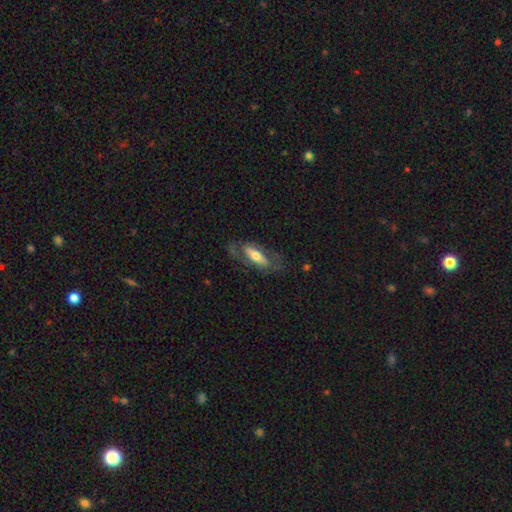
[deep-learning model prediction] Smooth or featured? featured or disk (59%)
Edge-on disk? no (76%)
Merging? none (67%)